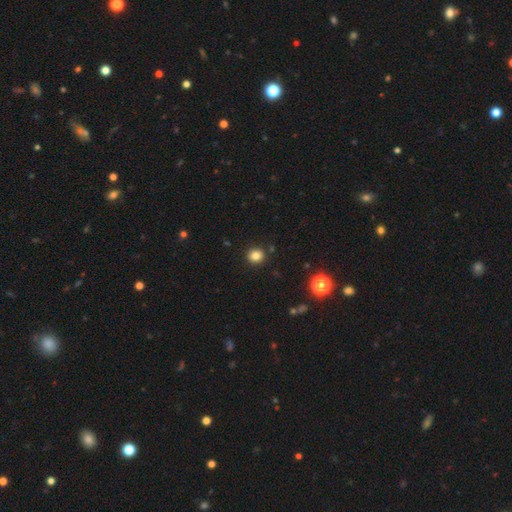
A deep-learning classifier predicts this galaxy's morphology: smooth 82%, star or artifact 12%, featured or disk 5%. Down the decision tree: how rounded — round (85%); merging — none (90%).